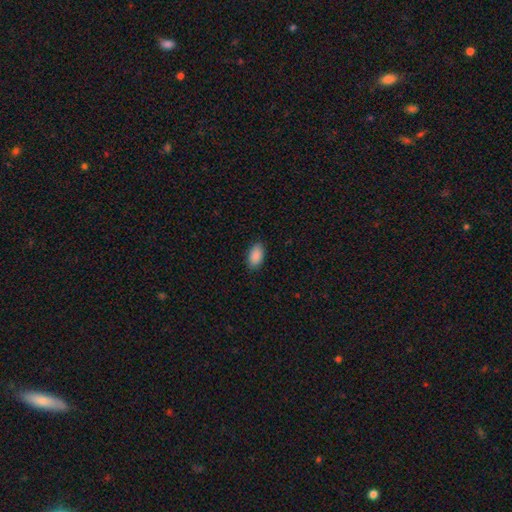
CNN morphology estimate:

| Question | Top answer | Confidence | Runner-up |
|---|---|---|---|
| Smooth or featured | smooth | 89% | star or artifact (7%) |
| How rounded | in between | 94% | round (4%) |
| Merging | none | 87% | minor disturbance (10%) |